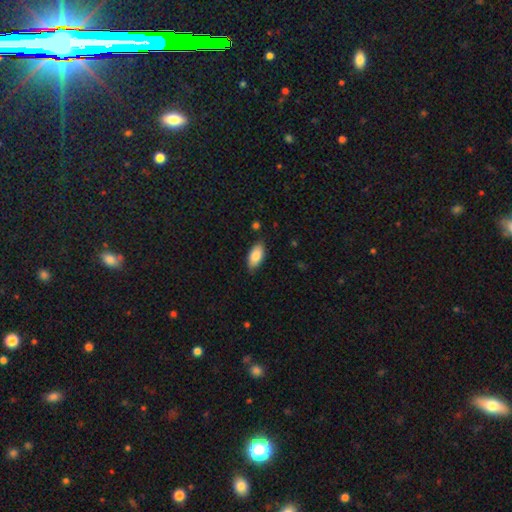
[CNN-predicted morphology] smooth 86%, featured or disk 8%, star or artifact 6%. Down the decision tree: how rounded — in between (92%); merging — none (82%).